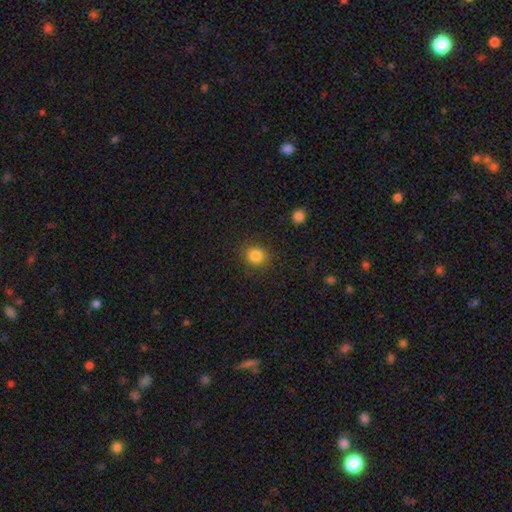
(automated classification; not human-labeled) This is clearly a smooth galaxy (85%). How rounded: clearly round (83%). Merging: clearly none (88%).